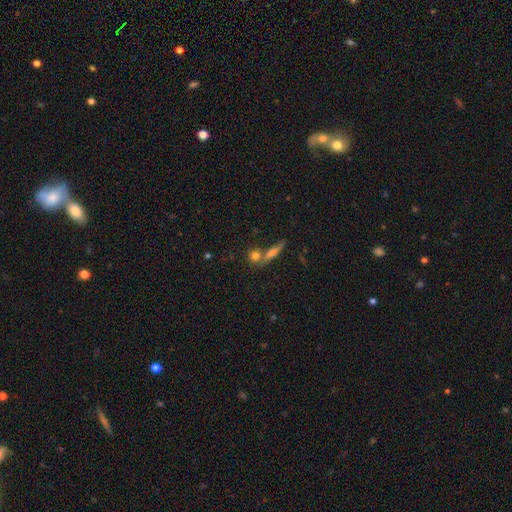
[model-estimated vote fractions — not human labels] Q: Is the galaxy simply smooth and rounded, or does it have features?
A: smooth — 69%.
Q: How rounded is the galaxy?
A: round — 68%.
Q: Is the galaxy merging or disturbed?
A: none — 54%.